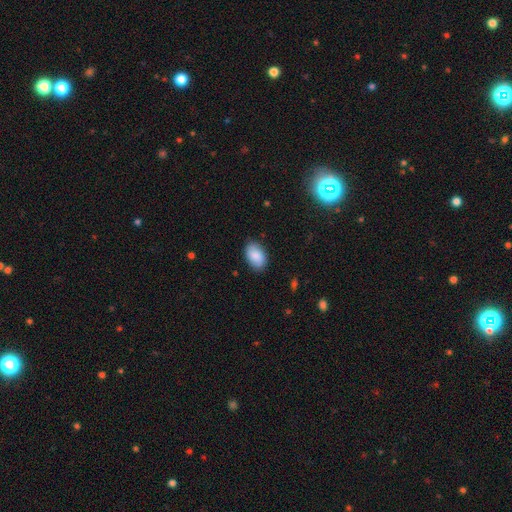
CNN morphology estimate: This is clearly a smooth galaxy (86%). How rounded: clearly in between (91%). Merging: clearly none (84%).